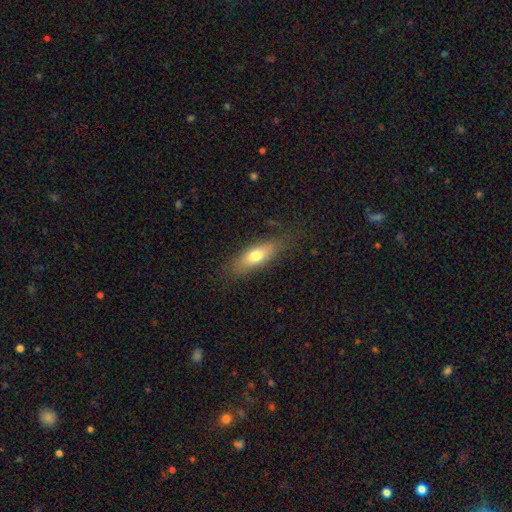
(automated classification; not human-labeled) This appears to be a smooth galaxy with no disk features (70%) that is in between round and cigar-shaped (66%). Merging: none (75%).